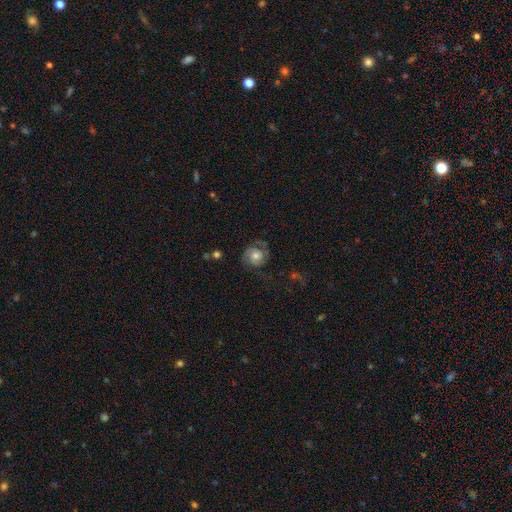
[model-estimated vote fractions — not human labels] A featured or disk galaxy (77%) with no bar (73%), 2 (75%) tight (51%) spiral arms (95%) and a moderate central bulge (62%). Merging: none (70%).